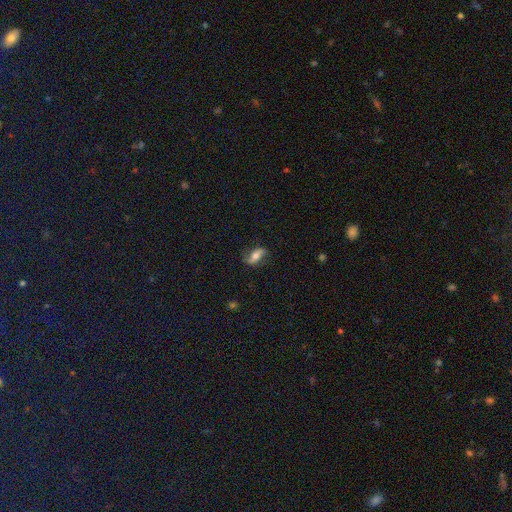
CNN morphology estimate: The model was most divided on "smooth or featured": featured or disk: 49%, smooth: 43%, star or artifact: 8%. More confident: merging — none (74%).